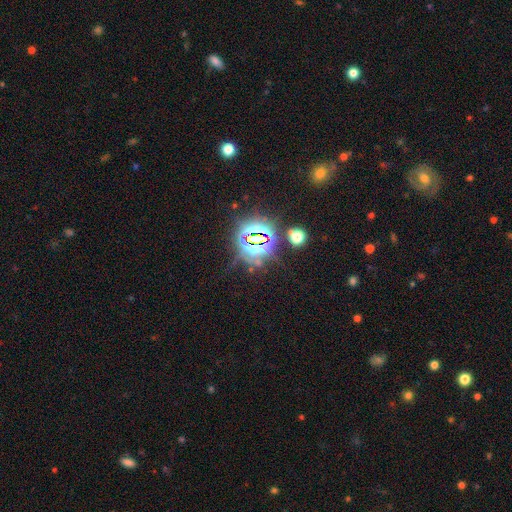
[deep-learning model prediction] A star or artifact, not a galaxy (81%).